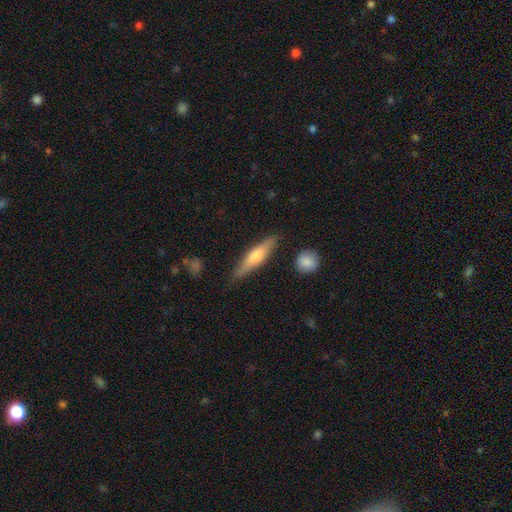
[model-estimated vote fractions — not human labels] Smooth or featured? Predicted: featured or disk (p=0.49). Merging? Predicted: none (p=0.83).